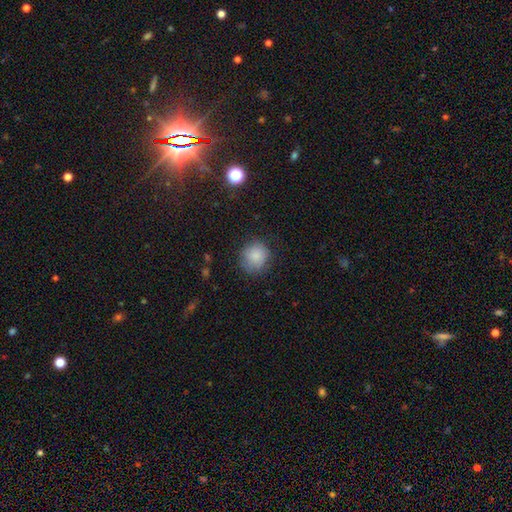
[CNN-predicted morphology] type=smooth (84%); roundness=round (88%); merging=none (76%).